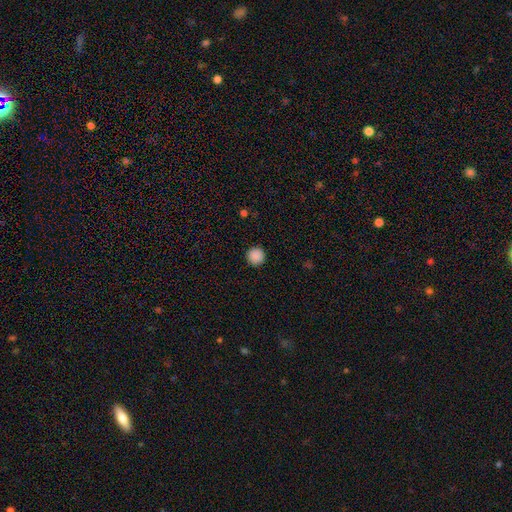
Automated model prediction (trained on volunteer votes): smooth_or_featured: smooth (p=0.89) [alt: star or artifact p=0.09]
how_rounded: round (p=0.96) [alt: in between p=0.03]
merging: none (p=0.92) [alt: minor disturbance p=0.05]